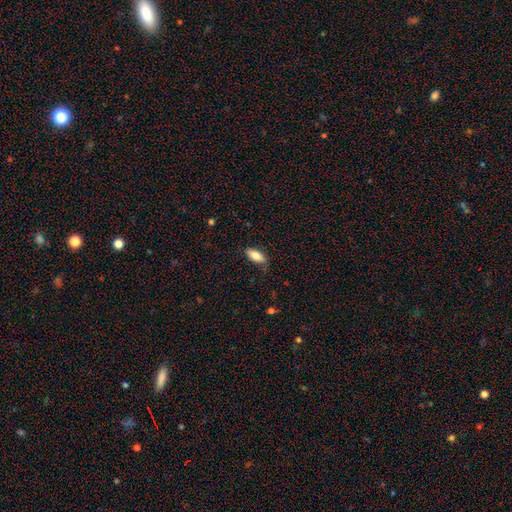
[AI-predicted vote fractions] smooth 82%, featured or disk 11%, star or artifact 7%. Down the decision tree: how rounded — in between (86%); merging — none (77%).